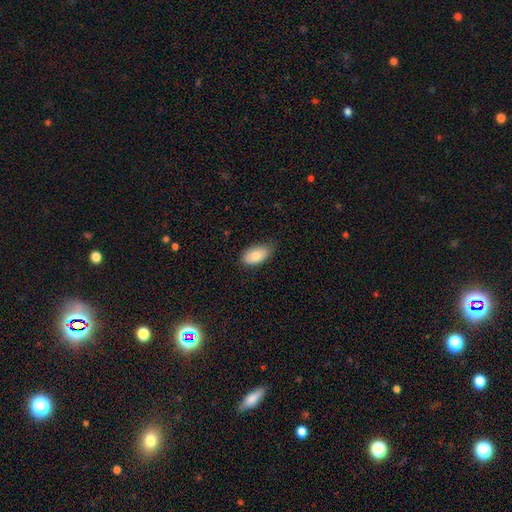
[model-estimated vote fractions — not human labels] smooth_or_featured: smooth (p=0.81) [alt: featured or disk p=0.12]
how_rounded: in between (p=0.94) [alt: round p=0.04]
merging: none (p=0.70) [alt: minor disturbance p=0.25]